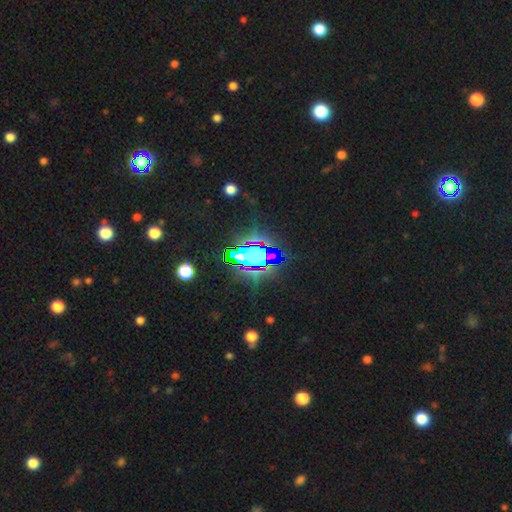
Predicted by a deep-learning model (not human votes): A star or artifact, not a galaxy (70%).

Vote fractions:
- Smooth or featured? star or artifact: 70% / smooth: 17% / featured or disk: 13%